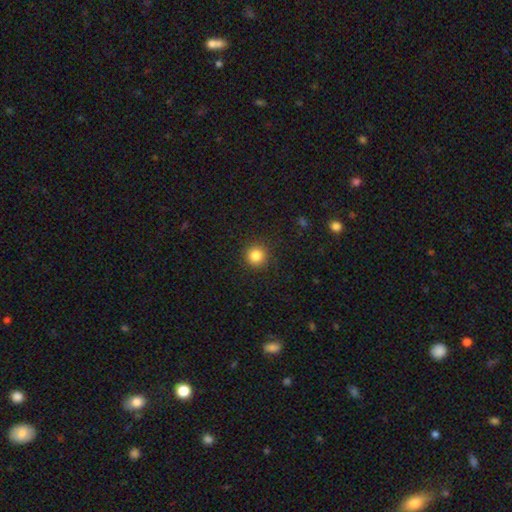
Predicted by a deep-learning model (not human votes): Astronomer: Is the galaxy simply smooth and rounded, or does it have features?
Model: smooth — 84%.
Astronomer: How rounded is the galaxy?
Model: round — 95%.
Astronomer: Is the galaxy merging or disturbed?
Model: none — 91%.